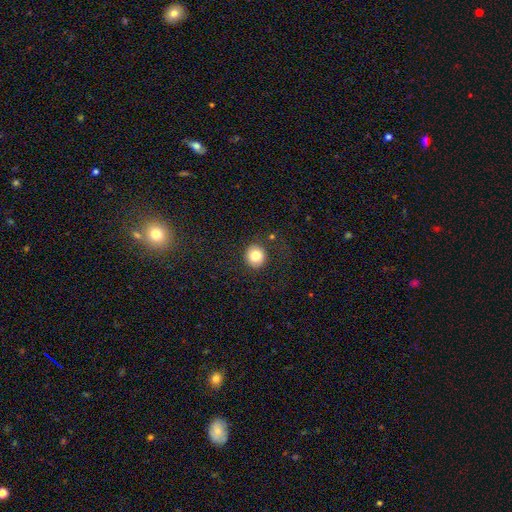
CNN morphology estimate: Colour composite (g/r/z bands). It shows a smooth galaxy with no disk features (82%) that is round (88%). Merging: none (83%).